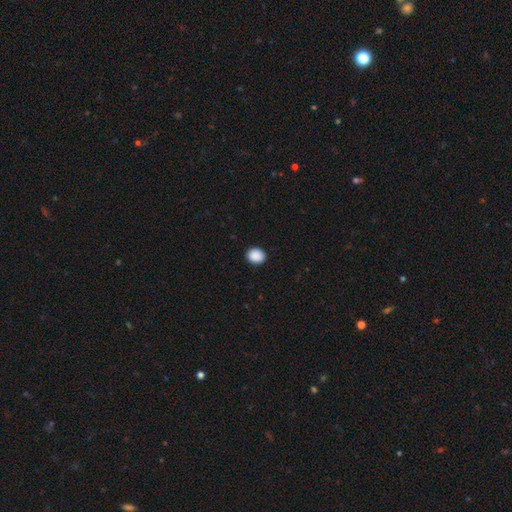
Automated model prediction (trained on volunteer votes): Overall: smooth (90%). How rounded: round (59%; in between 40%). Merging: none (91%).